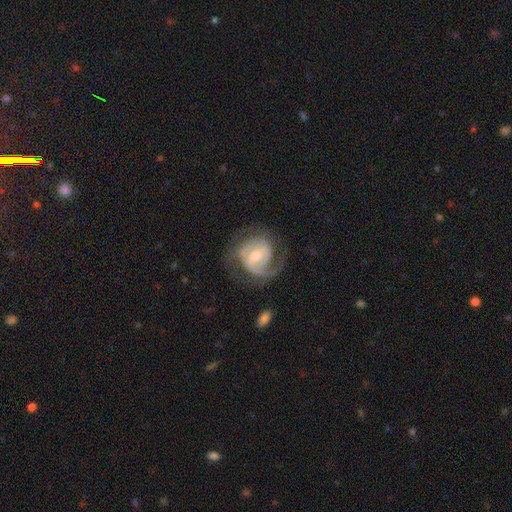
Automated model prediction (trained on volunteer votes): This is clearly a featured or disk galaxy (84%). It is clearly not viewed edge-on (97%). Bar: marginally weak (44%). Spiral arm pattern: clearly yes (93%). Spiral arm count: possibly 2 (49%). Spiral winding: marginally tight (42%). Central bulge: likely moderate (61%). Merging: likely none (60%).